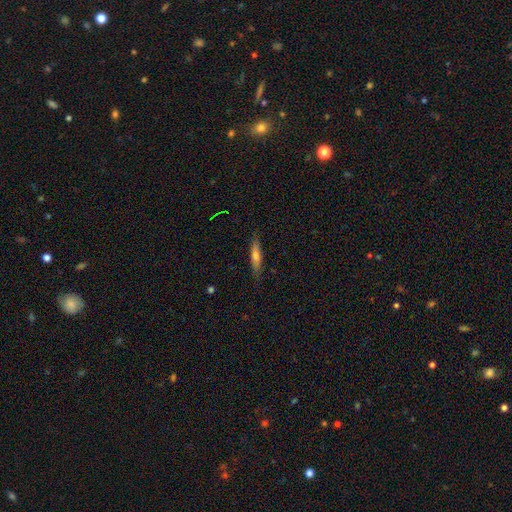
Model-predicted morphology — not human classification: This appears to be a smooth galaxy with no disk features (59%) that is cigar-shaped (85%). Merging: none (84%).